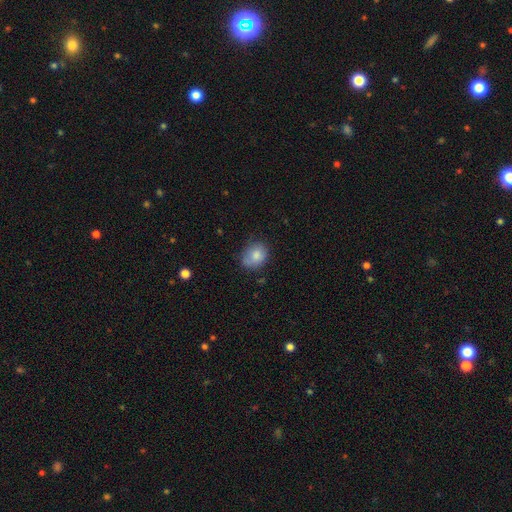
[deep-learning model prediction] Smooth or featured? smooth (82%)
How rounded? round (50%)
Merging? none (58%)